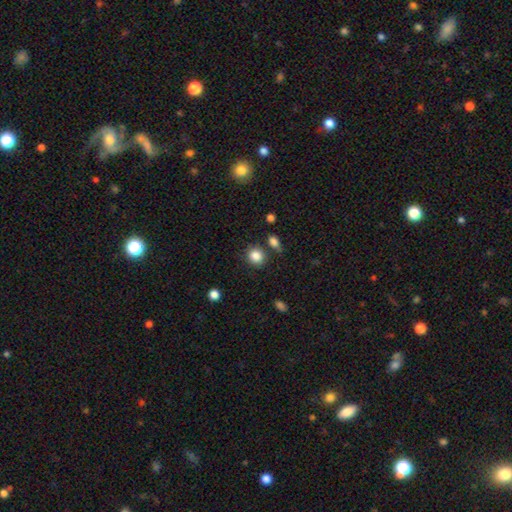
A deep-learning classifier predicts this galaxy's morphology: This is clearly a smooth galaxy (86%). How rounded: likely round (79%). Merging: likely none (79%).